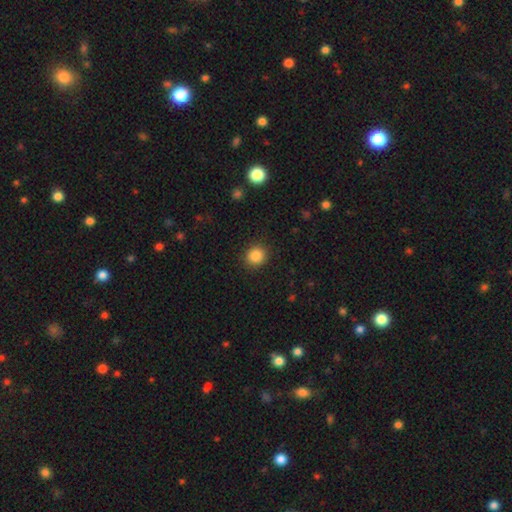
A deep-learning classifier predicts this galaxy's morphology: Smooth or featured? Predicted: smooth (p=0.86). How rounded? Predicted: round (p=0.84). Merging? Predicted: none (p=0.90).